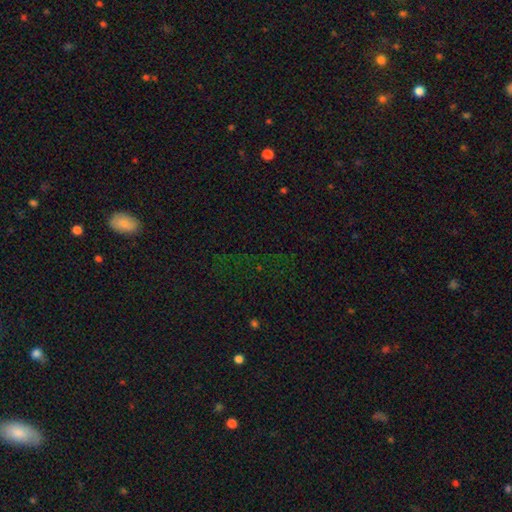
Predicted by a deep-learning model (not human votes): Q: Smooth or featured?
A: star or artifact (63%); runner-up: smooth (23%)